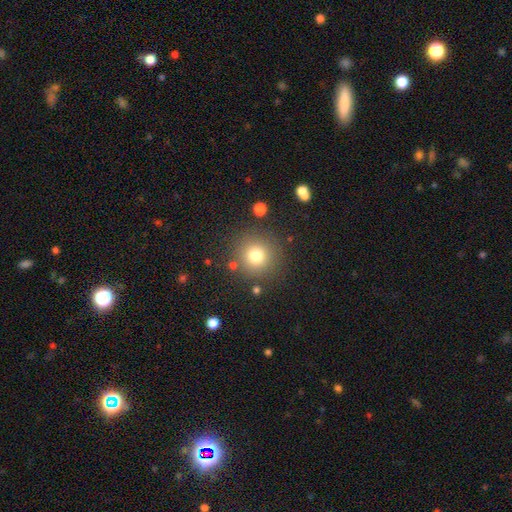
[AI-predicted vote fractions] Smooth or featured? smooth (77%)
How rounded? round (94%)
Merging? none (86%)